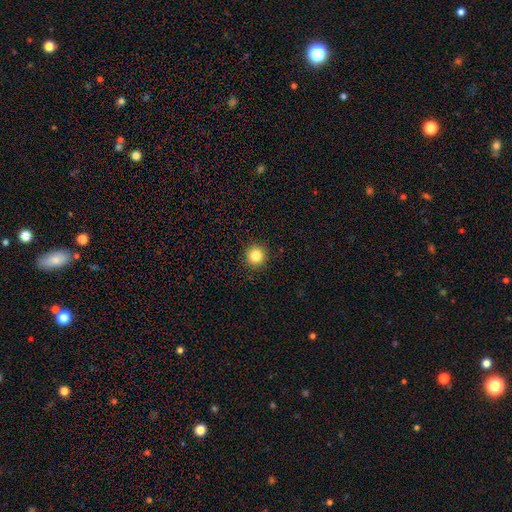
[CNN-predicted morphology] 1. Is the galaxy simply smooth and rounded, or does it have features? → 84% smooth, 11% star or artifact, 5% featured or disk.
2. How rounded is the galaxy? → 95% round, 4% in between, 1% cigar-shaped.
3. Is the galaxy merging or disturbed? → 92% none, 5% minor disturbance, 2% major disturbance, 1% merger.